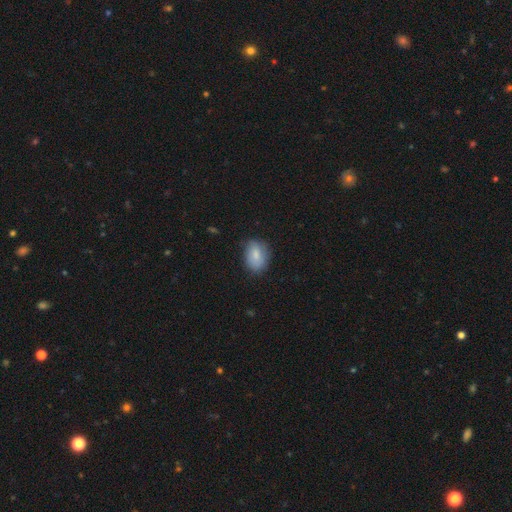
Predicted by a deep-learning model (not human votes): smooth-or-featured: smooth: 79% | featured or disk: 14% | star or artifact: 7%
  how-rounded: in between: 78% | round: 21% | cigar-shaped: 1%
  merging: none: 70% | minor disturbance: 23% | major disturbance: 5% | merger: 1%